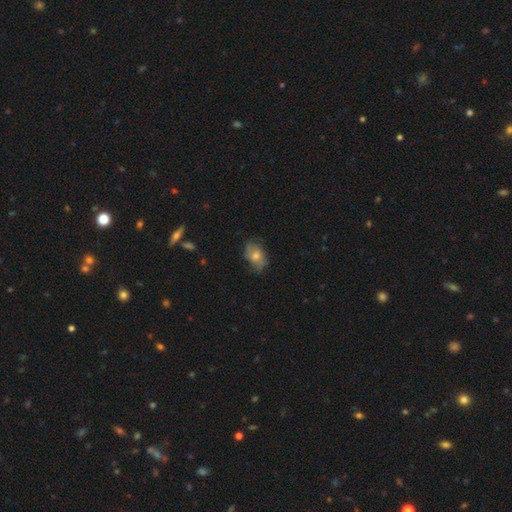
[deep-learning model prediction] Overall: smooth (57%; featured or disk 33%). How rounded: in between (82%). Merging: none (69%).